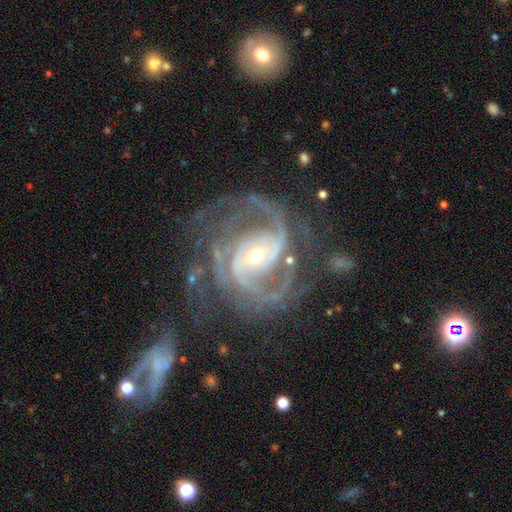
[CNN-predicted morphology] Smooth or featured: featured or disk — 92% (star or artifact — 6%)
Edge-on disk: no — 98% (yes — 2%)
Bar: no — 39% (weak — 36%)
Spiral arms: yes — 98% (no — 2%)
Spiral winding: medium — 47% (tight — 43%)
Spiral arm count: 2 — 48% (3 — 25%)
Bulge size: small — 55% (moderate — 41%)
Merging: none — 56% (minor disturbance — 20%)